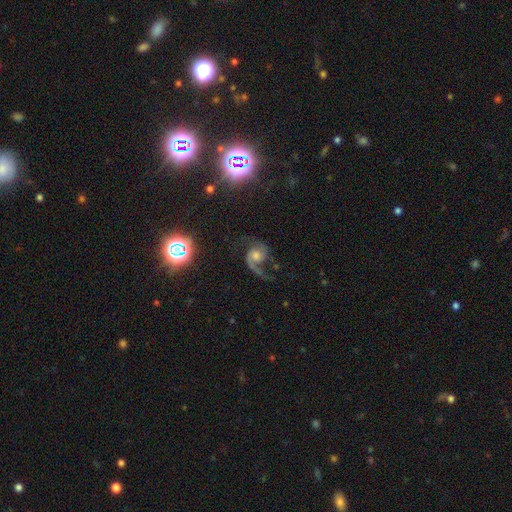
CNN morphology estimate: type=featured or disk (82%); edge-on=no (98%); bar=no (68%); spiral arms=yes (96%); winding=loose (54%); arm count=2 (76%); bulge=moderate (53%); merging=none (58%).